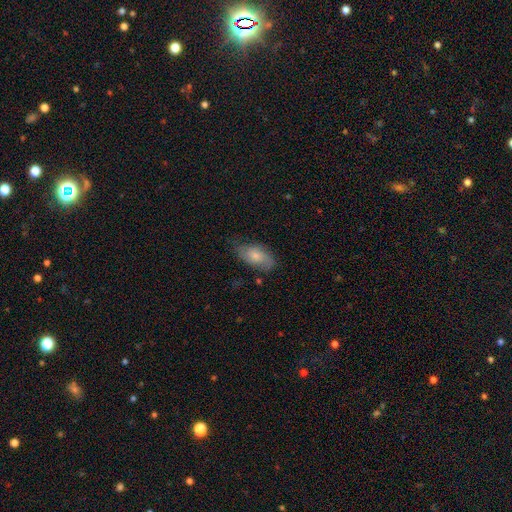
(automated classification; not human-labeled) This appears to be a smooth galaxy with no disk features (64%) that is in between round and cigar-shaped (91%). Merging: none (65%).